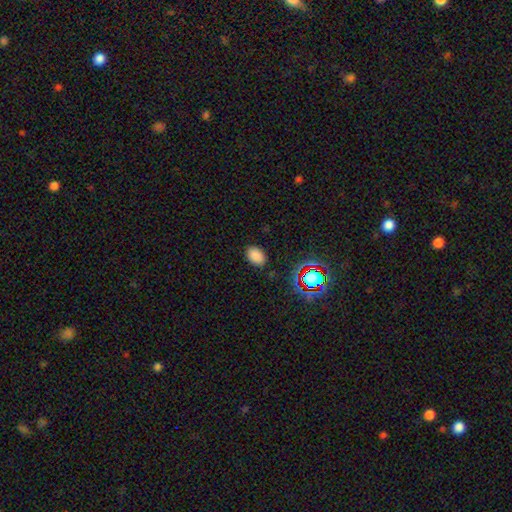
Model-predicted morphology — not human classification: smooth-or-featured: smooth: 81% | star or artifact: 14% | featured or disk: 4%
  how-rounded: in between: 83% | round: 16% | cigar-shaped: 1%
  merging: none: 86% | minor disturbance: 10% | major disturbance: 3% | merger: 1%